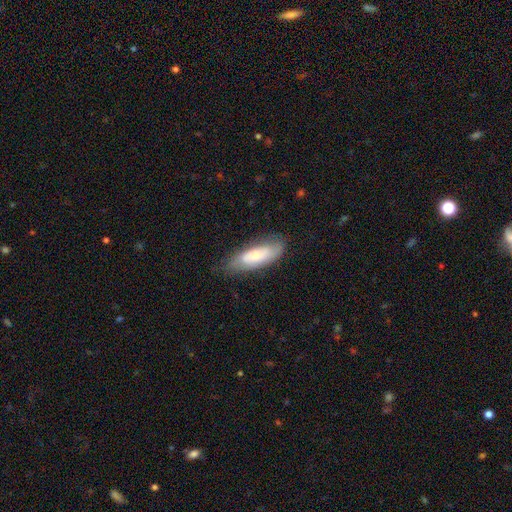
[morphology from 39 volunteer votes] type=smooth (49%); roundness=in between (58%); merging=none (73%).